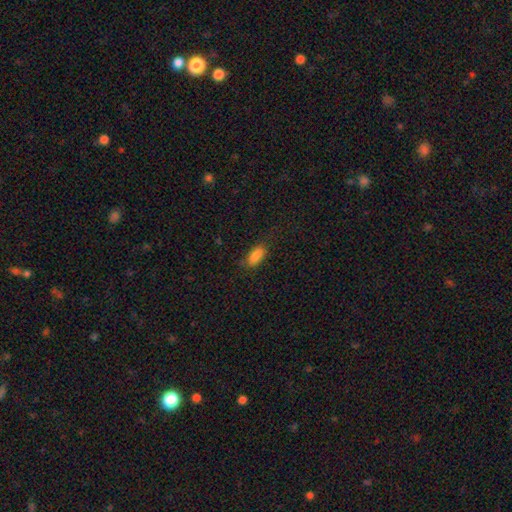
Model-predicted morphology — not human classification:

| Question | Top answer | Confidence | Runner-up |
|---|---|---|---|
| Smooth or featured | smooth | 85% | star or artifact (9%) |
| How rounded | in between | 83% | cigar-shaped (14%) |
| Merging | none | 74% | minor disturbance (18%) |